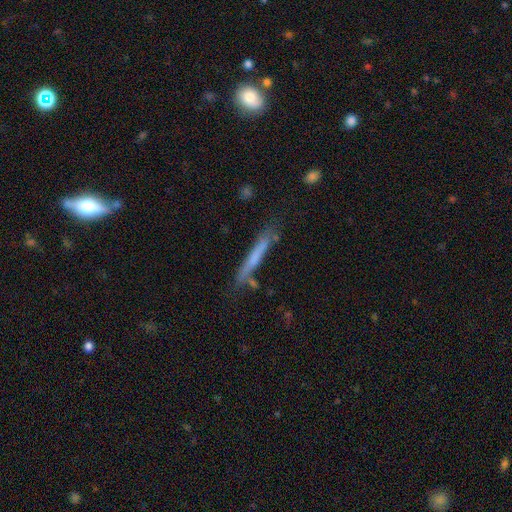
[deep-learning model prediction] Smooth or featured? Predicted: smooth (p=0.56). How rounded? Predicted: cigar-shaped (p=0.96). Merging? Predicted: none (p=0.73).